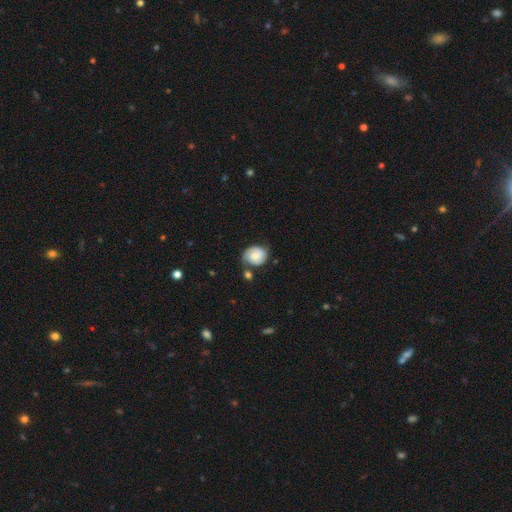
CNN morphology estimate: Q: Smooth or featured?
A: smooth (50%); runner-up: featured or disk (42%)
Q: Merging?
A: none (60%); runner-up: minor disturbance (22%)